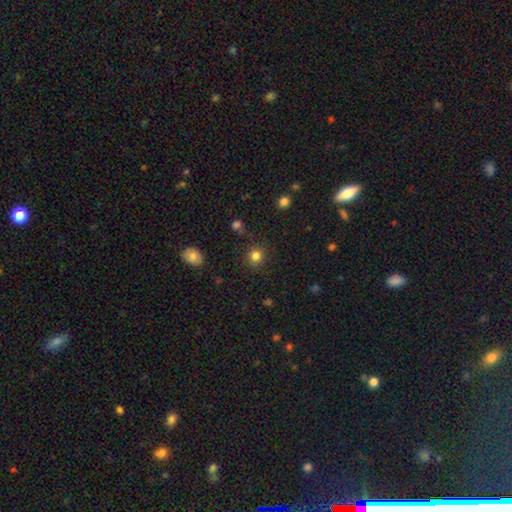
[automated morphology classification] Smooth or featured? Predicted: smooth (p=0.83). How rounded? Predicted: round (p=0.89). Merging? Predicted: none (p=0.87).